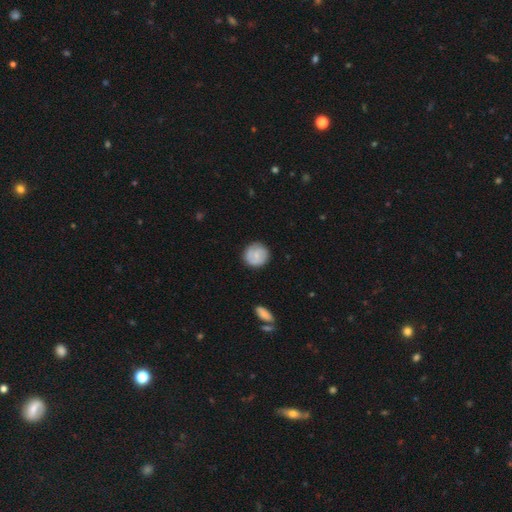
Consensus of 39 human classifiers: smooth_or_featured: smooth (p=0.59) [alt: featured or disk p=0.38]
how_rounded: round (p=0.83) [alt: in between p=0.17]
merging: none (p=0.89) [alt: minor disturbance p=0.08]